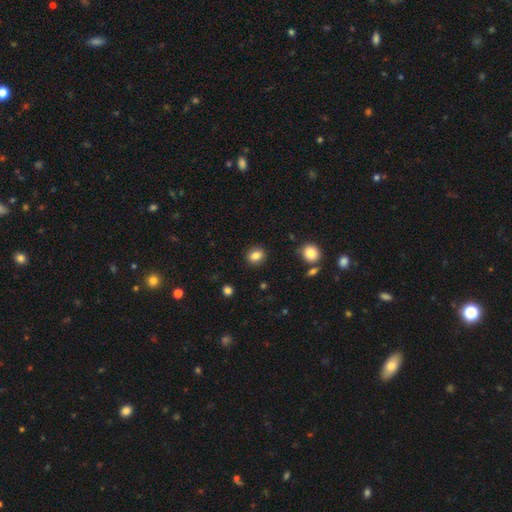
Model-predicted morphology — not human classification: This is clearly a smooth galaxy (84%). How rounded: possibly round (58%). Merging: clearly none (89%).